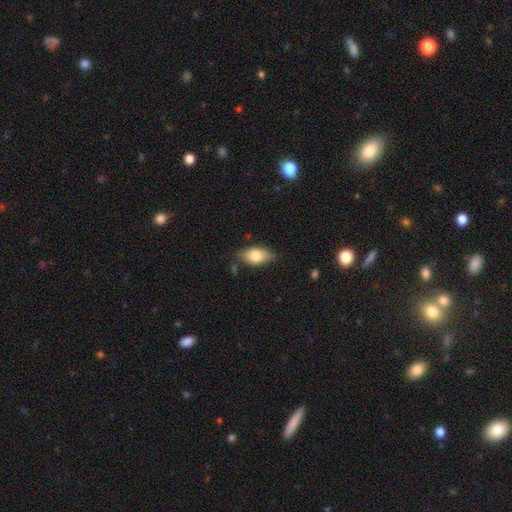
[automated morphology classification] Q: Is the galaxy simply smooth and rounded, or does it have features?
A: smooth — 78%.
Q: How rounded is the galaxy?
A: in between — 90%.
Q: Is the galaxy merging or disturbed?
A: none — 77%.